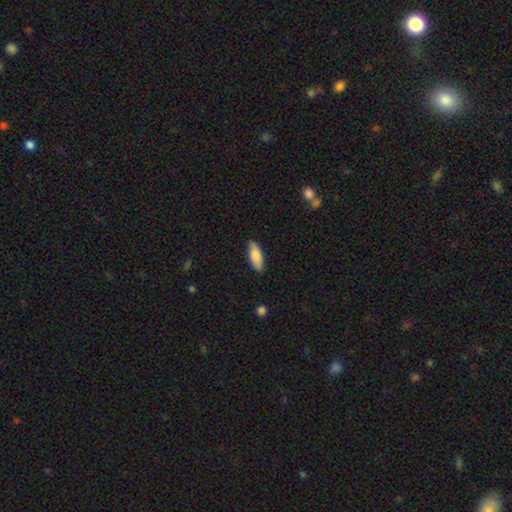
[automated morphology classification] Q: Smooth or featured?
A: smooth (83%); runner-up: featured or disk (11%)
Q: How rounded?
A: in between (75%); runner-up: cigar-shaped (23%)
Q: Merging?
A: none (88%); runner-up: minor disturbance (9%)